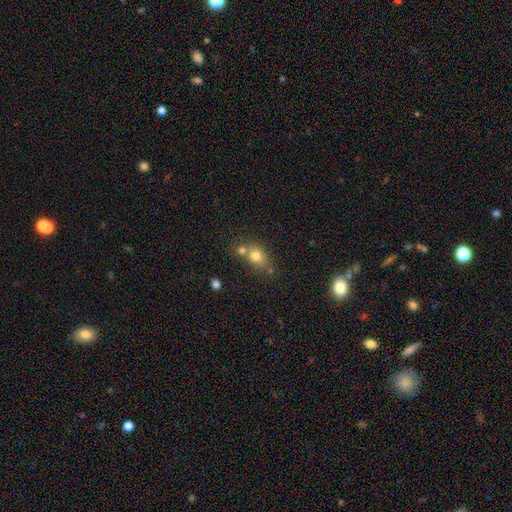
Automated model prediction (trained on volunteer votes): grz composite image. It shows a smooth galaxy with no disk features (75%) that is in between round and cigar-shaped (50%). Merging: none (46%).